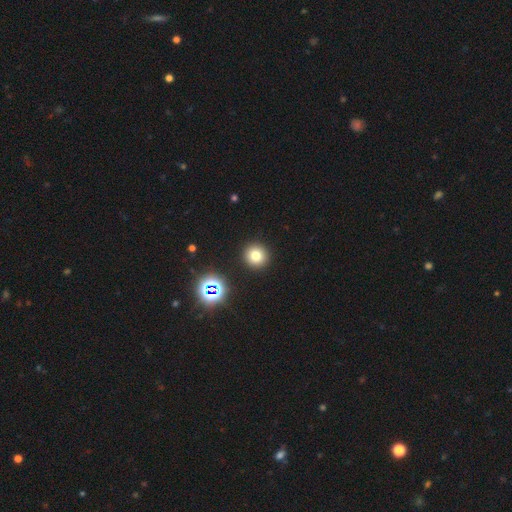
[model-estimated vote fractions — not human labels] smooth_or_featured: smooth (p=0.74) [alt: star or artifact p=0.17]
how_rounded: round (p=0.93) [alt: in between p=0.06]
merging: none (p=0.92) [alt: minor disturbance p=0.05]